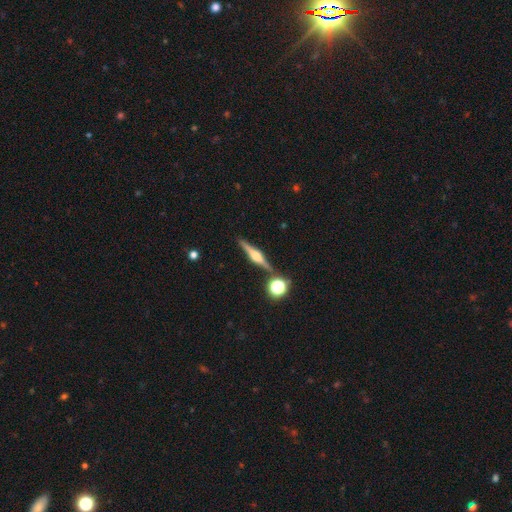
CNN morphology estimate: Q: Smooth or featured?
A: featured or disk (78%); runner-up: smooth (14%)
Q: Edge-on disk?
A: yes (98%); runner-up: no (2%)
Q: Edge-on bulge?
A: rounded (87%); runner-up: boxy (11%)
Q: Merging?
A: none (87%); runner-up: minor disturbance (7%)